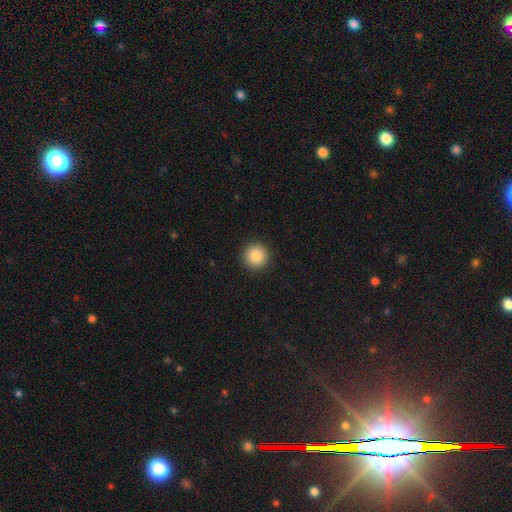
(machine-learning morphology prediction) A smooth galaxy with no disk features (87%) that is round (96%).

Vote fractions:
- Smooth or featured? smooth: 87% / star or artifact: 9% / featured or disk: 4%
- How rounded? round: 96% / in between: 3% / cigar-shaped: 1%
- Merging? none: 93% / minor disturbance: 5% / major disturbance: 2% / merger: 1%